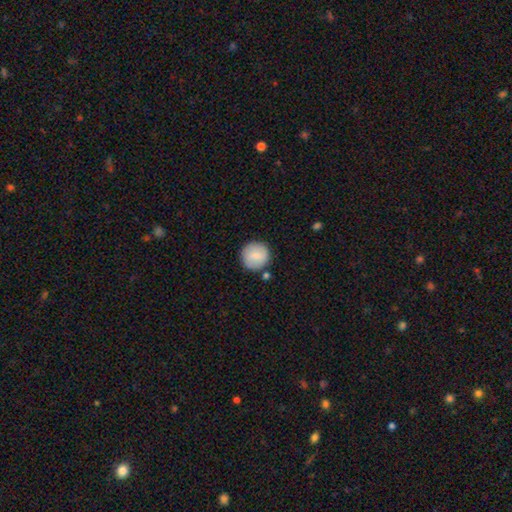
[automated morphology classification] smooth_or_featured: smooth (p=0.81) [alt: featured or disk p=0.13]
how_rounded: round (p=0.95) [alt: in between p=0.04]
merging: none (p=0.83) [alt: minor disturbance p=0.10]